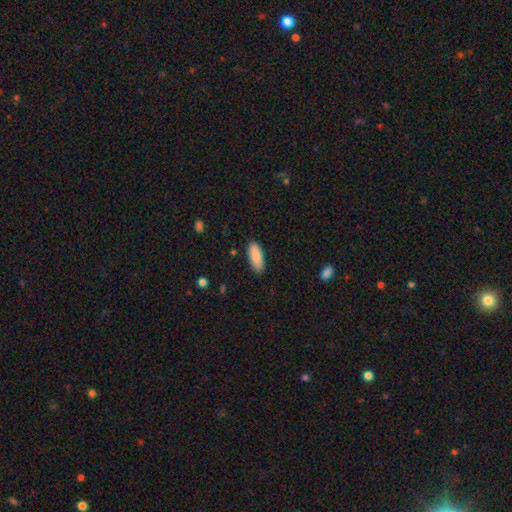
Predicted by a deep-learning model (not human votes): smooth-or-featured: smooth: 89% | star or artifact: 6% | featured or disk: 5%
  how-rounded: in between: 75% | cigar-shaped: 23% | round: 2%
  merging: none: 87% | minor disturbance: 10% | major disturbance: 2% | merger: 1%